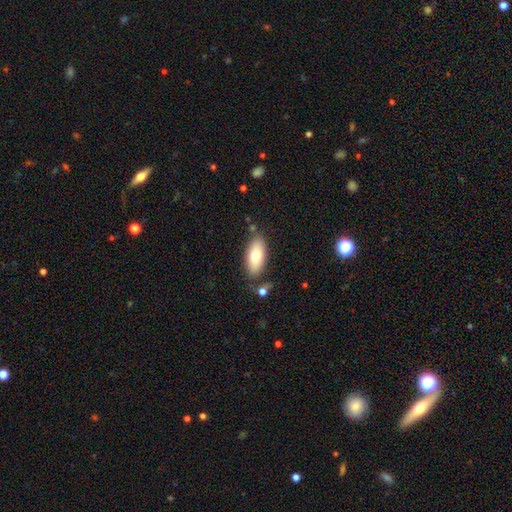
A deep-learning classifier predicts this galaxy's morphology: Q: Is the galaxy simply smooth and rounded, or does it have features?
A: smooth — 75%.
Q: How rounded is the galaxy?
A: in between — 87%.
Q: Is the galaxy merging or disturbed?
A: none — 78%.